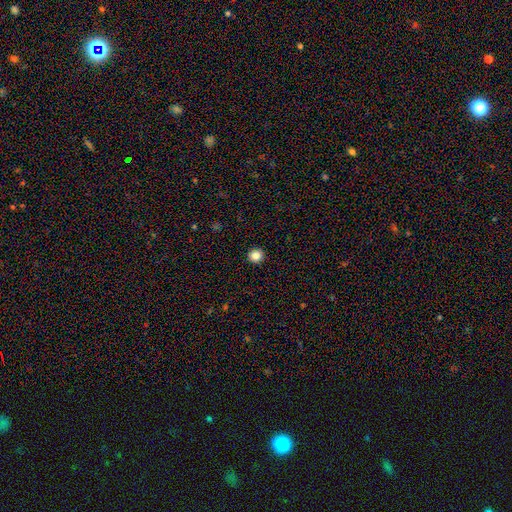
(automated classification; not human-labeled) A smooth galaxy with no disk features (85%) that is round (93%). Merging: none (93%).